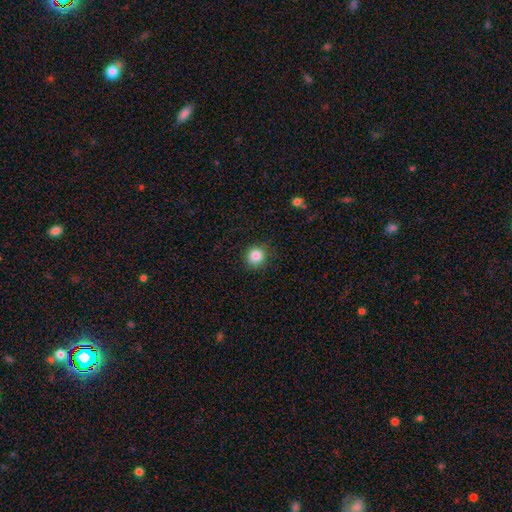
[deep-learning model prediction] smooth-or-featured: smooth: 85% | star or artifact: 10% | featured or disk: 5%
  how-rounded: round: 92% | in between: 7% | cigar-shaped: 1%
  merging: none: 89% | minor disturbance: 8% | major disturbance: 2% | merger: 1%